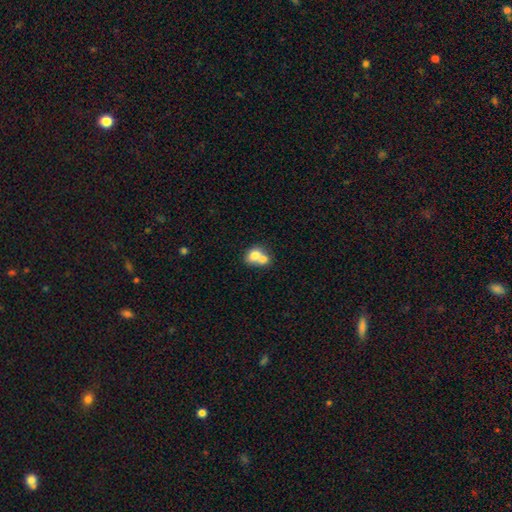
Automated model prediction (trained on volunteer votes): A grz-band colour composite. It shows a smooth galaxy with no disk features (71%) that is in between round and cigar-shaped (57%). Merging: merger (68%).